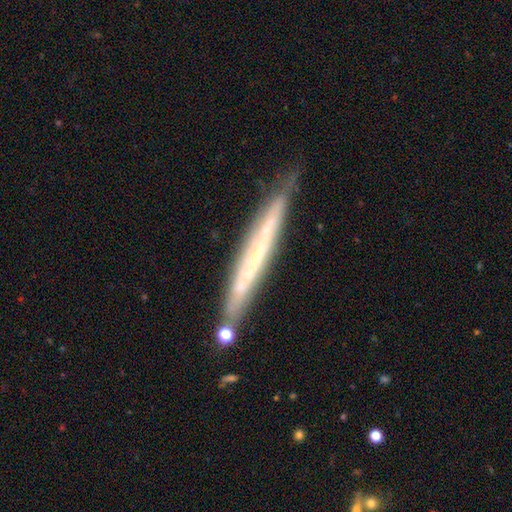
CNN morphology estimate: A featured or disk galaxy (67%) viewed edge-on (86%) with no central bulge (73%). Merging: none (78%).